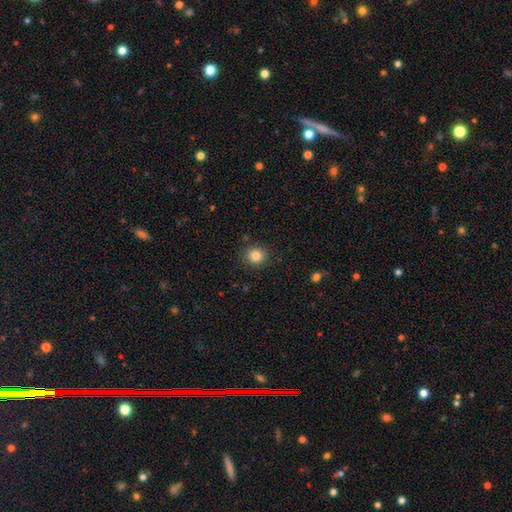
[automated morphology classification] smooth_or_featured: smooth (p=0.83) [alt: star or artifact p=0.11]
how_rounded: round (p=0.85) [alt: in between p=0.14]
merging: none (p=0.89) [alt: minor disturbance p=0.07]